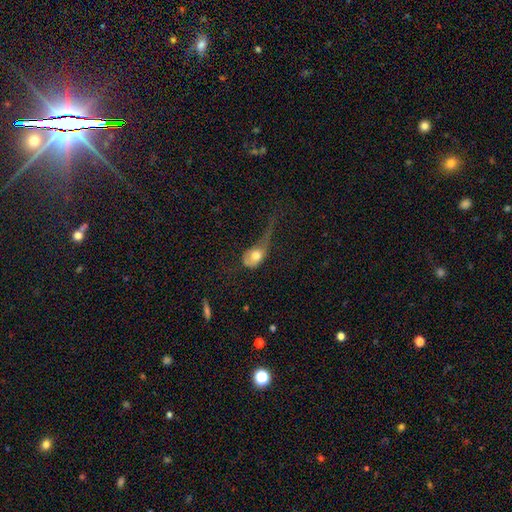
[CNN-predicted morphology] type=smooth (69%); roundness=in between (68%); merging=major disturbance (58%).